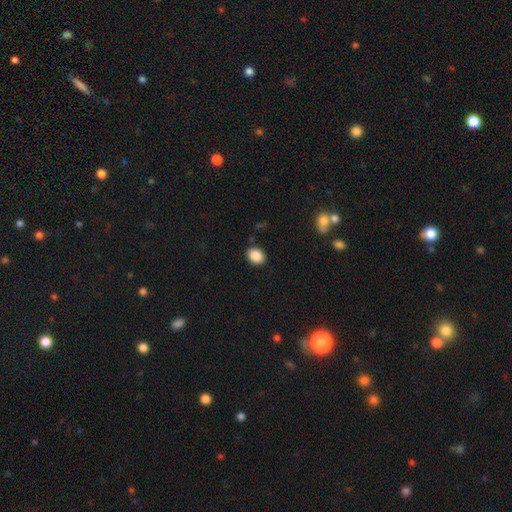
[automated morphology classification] Smooth or featured: smooth — 88% (star or artifact — 8%)
How rounded: in between — 64% (round — 35%)
Merging: none — 88% (minor disturbance — 9%)